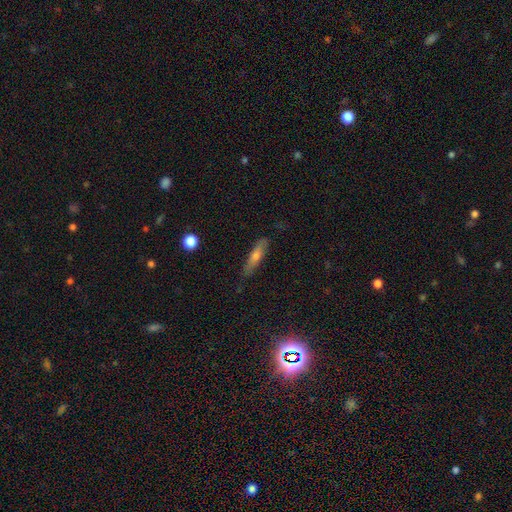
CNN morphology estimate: Overall: smooth (52%; featured or disk 40%). How rounded: cigar-shaped (82%). Merging: none (81%).